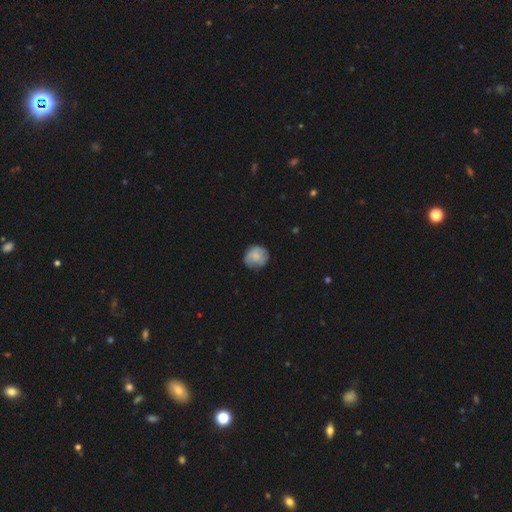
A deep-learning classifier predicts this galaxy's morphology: Overall: smooth (74%). How rounded: round (86%). Merging: none (73%).